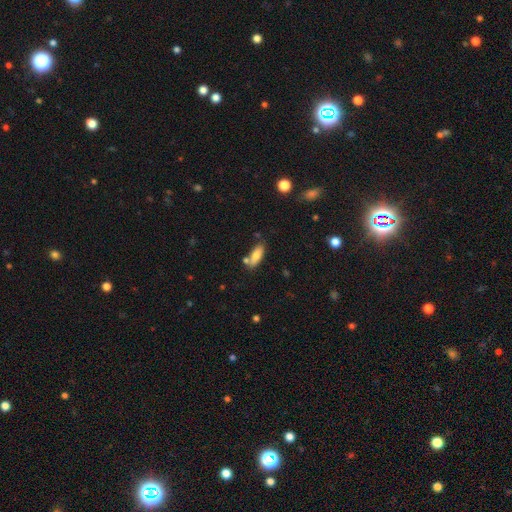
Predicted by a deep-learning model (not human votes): smooth-or-featured: smooth: 77% | featured or disk: 15% | star or artifact: 7%
  how-rounded: in between: 70% | cigar-shaped: 28% | round: 2%
  merging: none: 67% | minor disturbance: 16% | merger: 13% | major disturbance: 4%